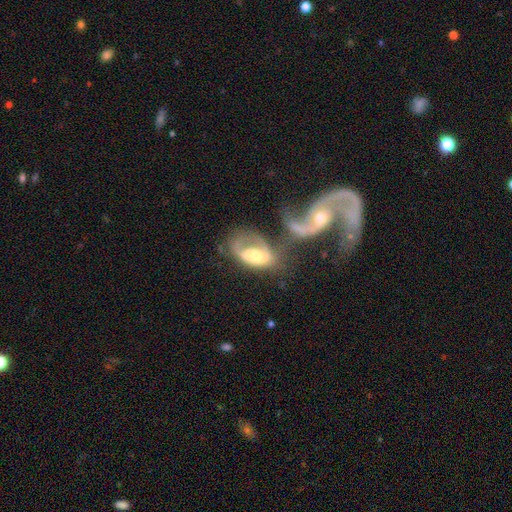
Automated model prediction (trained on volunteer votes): Smooth or featured?
  - featured or disk: 69% *
  - smooth: 25%
  - star or artifact: 6%
Edge-on disk?
  - no: 95% *
  - yes: 5%
Bar?
  - no: 56% *
  - weak: 33%
  - strong: 11%
Spiral arms?
  - yes: 77% *
  - no: 23%
Spiral winding?
  - medium: 39% *
  - loose: 36%
  - tight: 25%
Spiral arm count?
  - 2: 44% *
  - 1: 33%
  - can't tell: 18%
  - 3: 3%
  - 4: 1%
  - more than 4: 1%
Bulge size?
  - moderate: 65% *
  - small: 22%
  - large: 9%
  - none: 2%
  - dominant: 1%
Merging?
  - merger: 48% *
  - major disturbance: 26%
  - none: 15%
  - minor disturbance: 11%